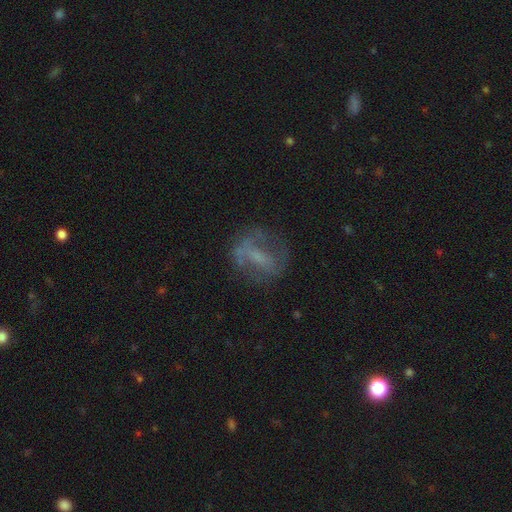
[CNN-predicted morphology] A featured or disk galaxy (57%) with a weak bar (38%), spiral arms (50%, tied with no) and no central bulge (39%). Merging: none (61%).